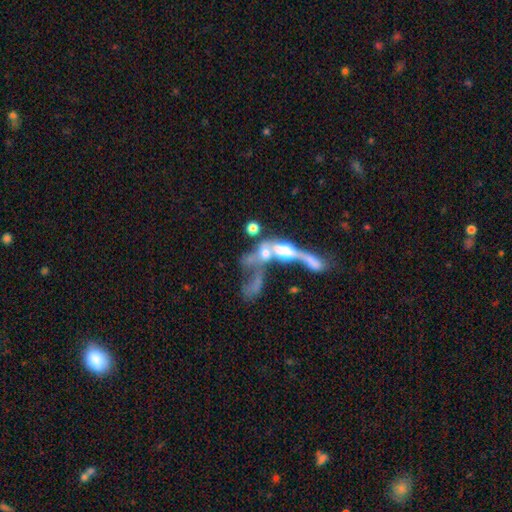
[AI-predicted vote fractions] A featured or disk galaxy (60%). Merging: merger (56%).